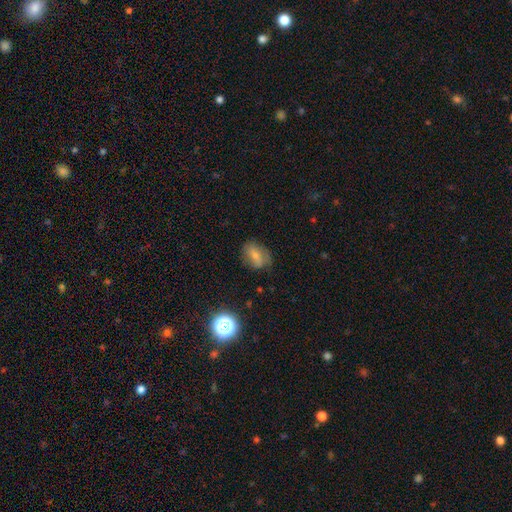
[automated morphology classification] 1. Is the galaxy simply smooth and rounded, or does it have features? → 63% smooth, 25% featured or disk, 12% star or artifact.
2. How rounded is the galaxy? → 72% in between, 25% round, 3% cigar-shaped.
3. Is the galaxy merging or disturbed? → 67% none, 23% minor disturbance, 8% major disturbance, 2% merger.